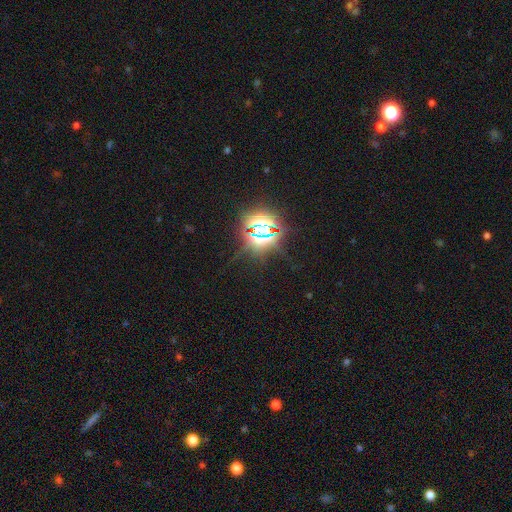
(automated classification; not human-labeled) Smooth or featured? Predicted: star or artifact (p=0.82).